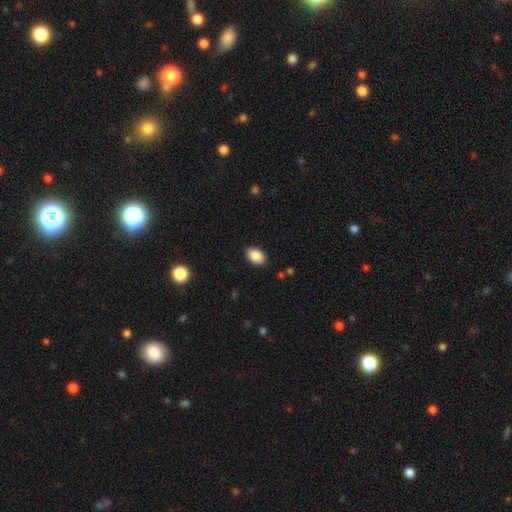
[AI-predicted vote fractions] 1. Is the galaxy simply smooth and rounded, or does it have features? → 88% smooth, 8% star or artifact, 4% featured or disk.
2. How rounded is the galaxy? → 87% in between, 12% round, 1% cigar-shaped.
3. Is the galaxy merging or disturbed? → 88% none, 8% minor disturbance, 2% major disturbance, 1% merger.